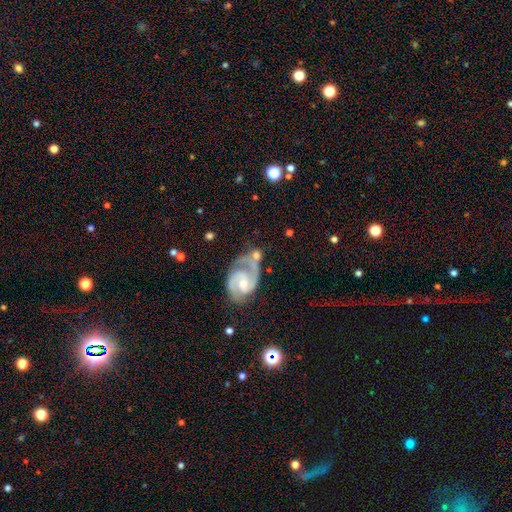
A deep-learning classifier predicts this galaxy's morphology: Smooth or featured? Predicted: featured or disk (p=0.69). Edge-on disk? Predicted: no (p=0.96). Bar? Predicted: no (p=0.45). Spiral arms? Predicted: yes (p=0.91). Spiral winding? Predicted: medium (p=0.53). Spiral arm count? Predicted: 2 (p=0.86). Bulge size? Predicted: moderate (p=0.44). Merging? Predicted: none (p=0.44).